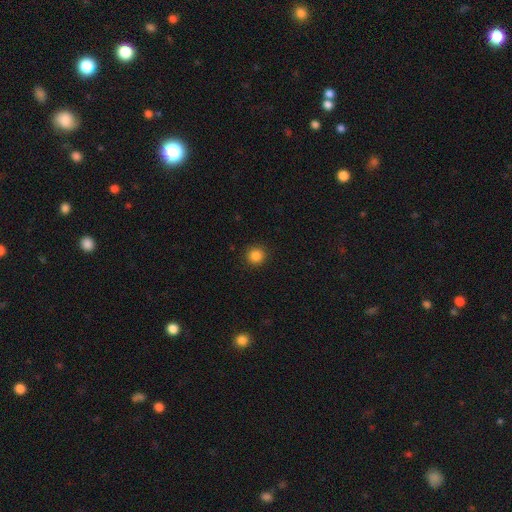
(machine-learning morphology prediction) Overall: smooth (85%). How rounded: round (94%). Merging: none (92%).